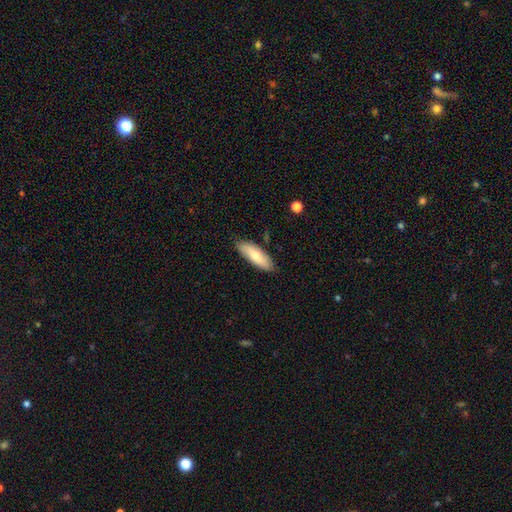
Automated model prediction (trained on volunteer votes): Smooth or featured? smooth (75%)
How rounded? in between (57%)
Merging? none (84%)